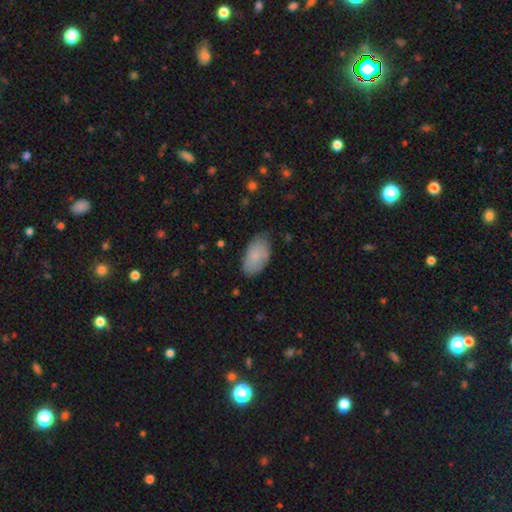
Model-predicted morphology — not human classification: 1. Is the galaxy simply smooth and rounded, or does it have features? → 83% smooth, 11% featured or disk, 6% star or artifact.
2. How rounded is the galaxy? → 95% in between, 3% round, 2% cigar-shaped.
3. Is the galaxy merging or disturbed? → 75% none, 20% minor disturbance, 4% major disturbance, 1% merger.